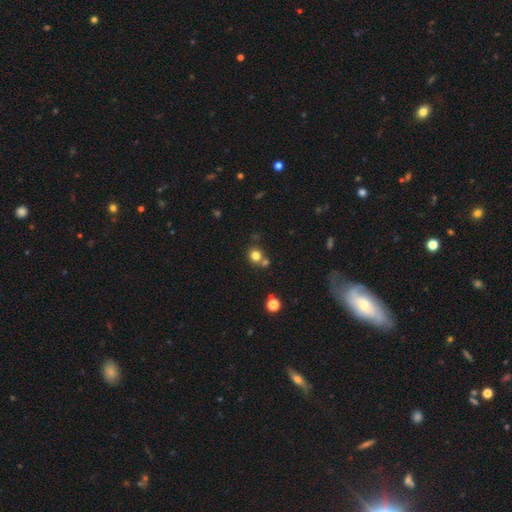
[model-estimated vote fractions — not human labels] Overall: smooth (78%). How rounded: round (87%). Merging: none (63%; merger 25%).